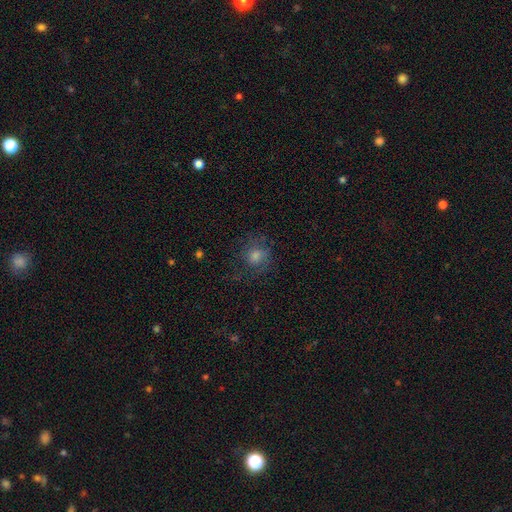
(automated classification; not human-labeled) This appears to be a smooth galaxy with no disk features (52%) that is round (80%). Merging: none (69%).